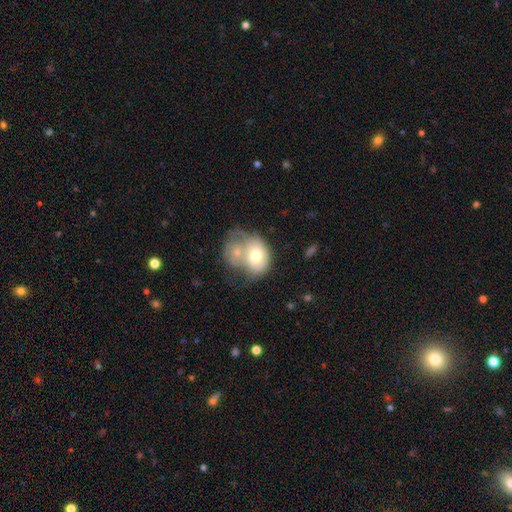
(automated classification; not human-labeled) Overall: smooth (61%; featured or disk 32%). How rounded: in between (55%; round 44%). Merging: merger (61%).